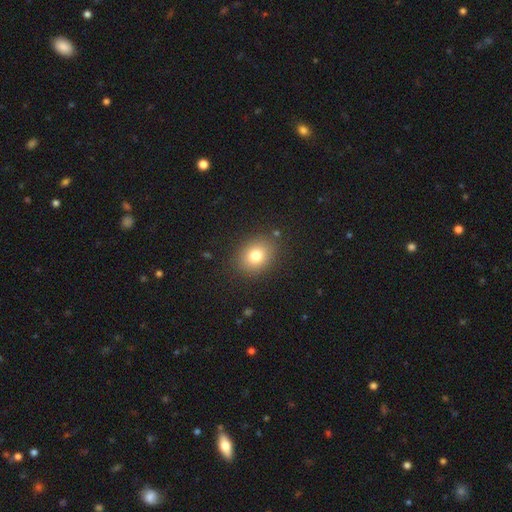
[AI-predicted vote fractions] smooth 78%, star or artifact 12%, featured or disk 10%. Down the decision tree: how rounded — round (52%); merging — none (86%).